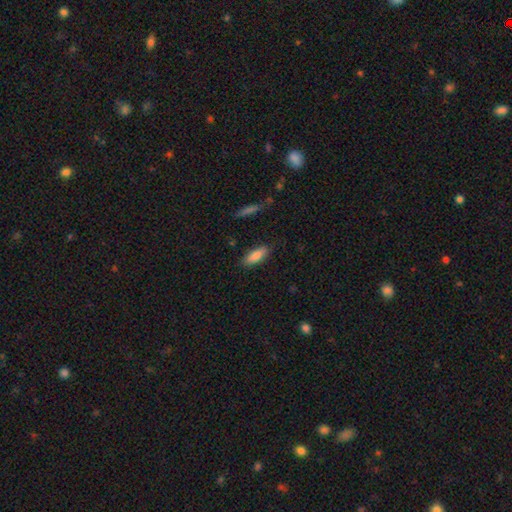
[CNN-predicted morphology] type=smooth (84%); roundness=in between (65%); merging=none (85%).